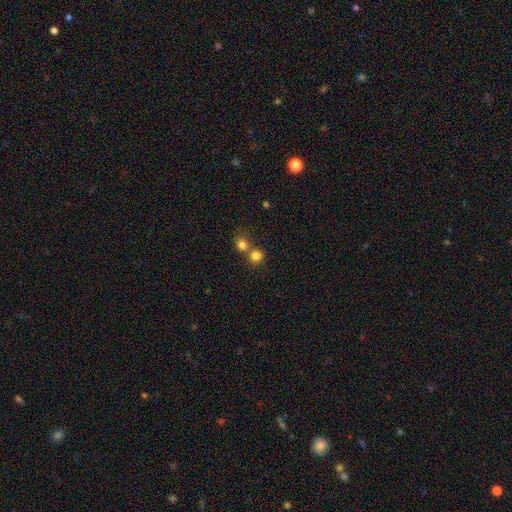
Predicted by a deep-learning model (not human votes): Morphology: type=smooth (80%); roundness=round (88%); merging=none (51%).